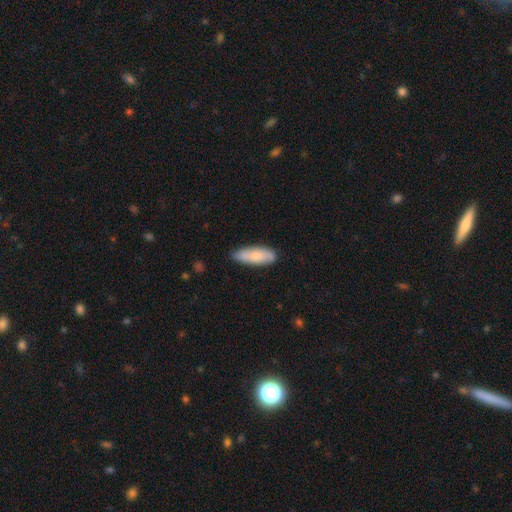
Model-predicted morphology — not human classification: type=smooth (75%); roundness=in between (62%); merging=none (77%).